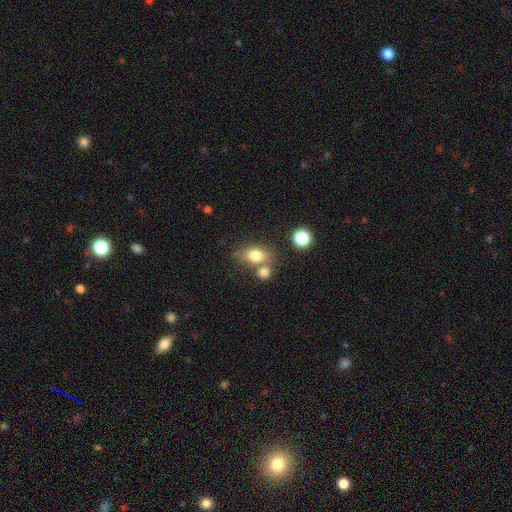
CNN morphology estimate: type=smooth (78%); roundness=in between (68%); merging=none (49%).